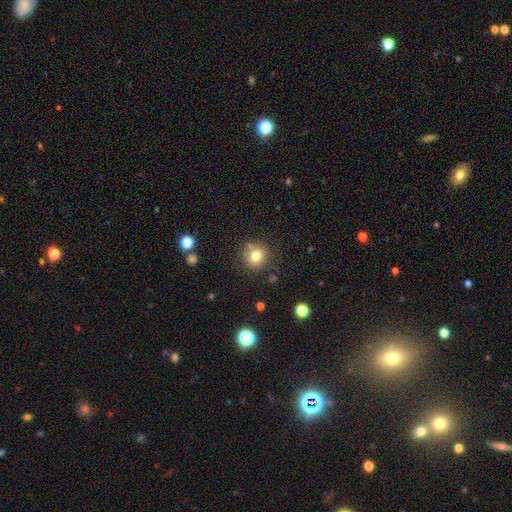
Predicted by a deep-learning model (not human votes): This is likely a smooth galaxy (78%). How rounded: clearly round (89%). Merging: likely none (76%).